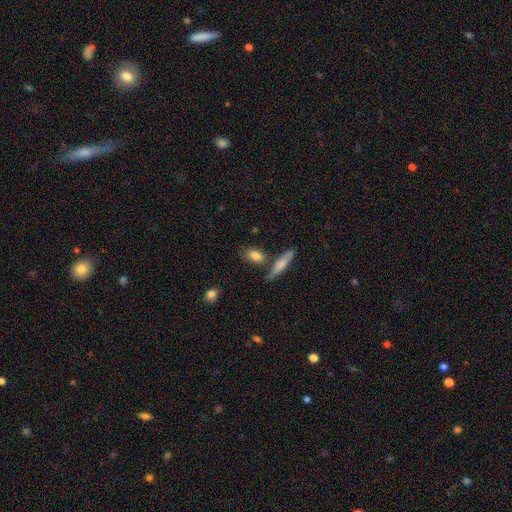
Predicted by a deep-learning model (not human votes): A smooth galaxy with no disk features (80%) that is in between round and cigar-shaped (76%). Merging: none (65%).